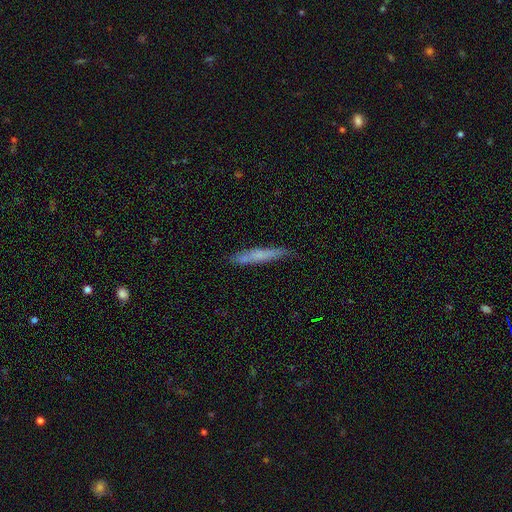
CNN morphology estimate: A smooth galaxy with no disk features (62%) that is cigar-shaped (94%). Merging: none (78%).